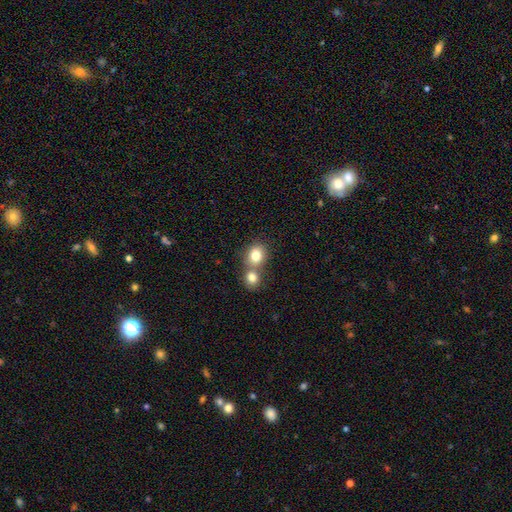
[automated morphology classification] This is likely a smooth galaxy (80%). How rounded: likely round (68%). Merging: possibly merger (53%).